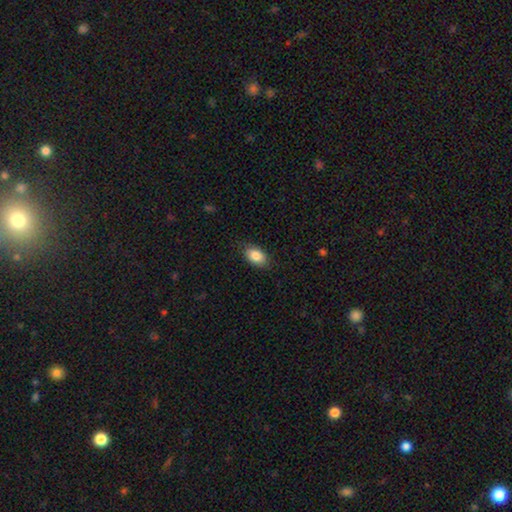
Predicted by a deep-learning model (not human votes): A smooth galaxy with no disk features (87%) that is in between round and cigar-shaped (91%).

Vote fractions:
- Smooth or featured? smooth: 87% / star or artifact: 7% / featured or disk: 6%
- How rounded? in between: 91% / round: 7% / cigar-shaped: 2%
- Merging? none: 83% / minor disturbance: 13% / major disturbance: 3% / merger: 1%